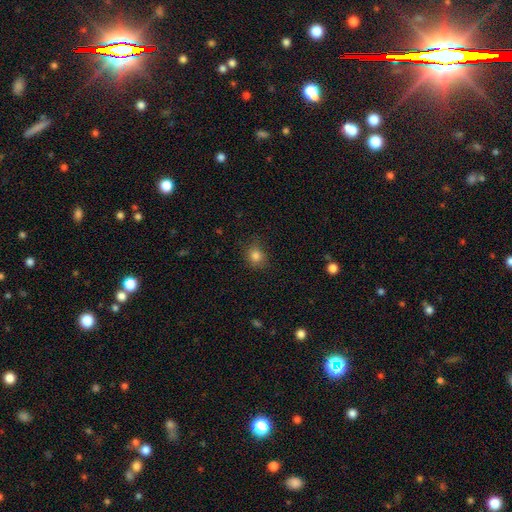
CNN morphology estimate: Overall: smooth (82%). How rounded: round (76%). Merging: none (81%).